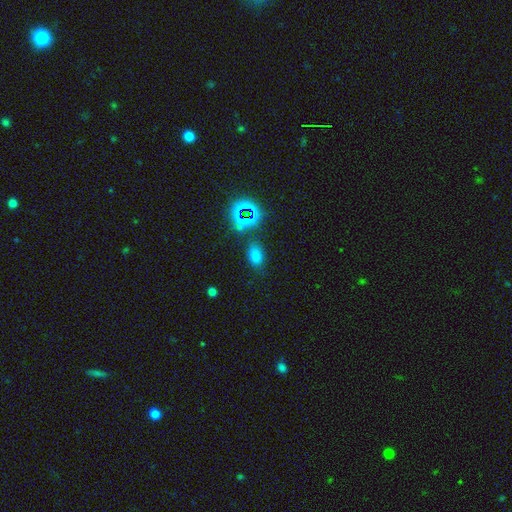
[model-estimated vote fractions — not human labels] A smooth galaxy with no disk features (68%) that is in between round and cigar-shaped (84%).

Vote fractions:
- Smooth or featured? smooth: 68% / star or artifact: 25% / featured or disk: 7%
- How rounded? in between: 84% / round: 13% / cigar-shaped: 2%
- Merging? none: 75% / minor disturbance: 13% / merger: 6% / major disturbance: 5%